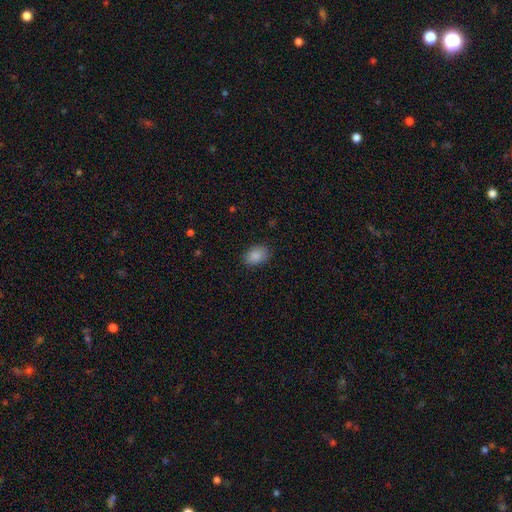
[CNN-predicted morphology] Smooth or featured? smooth (88%)
How rounded? in between (82%)
Merging? none (85%)